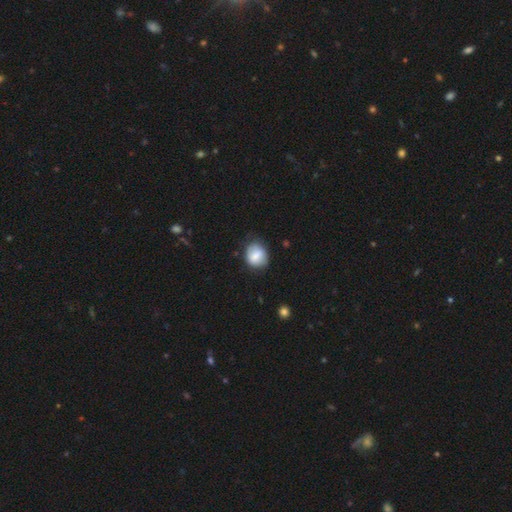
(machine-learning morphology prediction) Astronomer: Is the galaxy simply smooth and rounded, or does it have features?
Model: smooth — 76%.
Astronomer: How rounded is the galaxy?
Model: round — 62%.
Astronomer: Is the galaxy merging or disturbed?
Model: none — 70%.